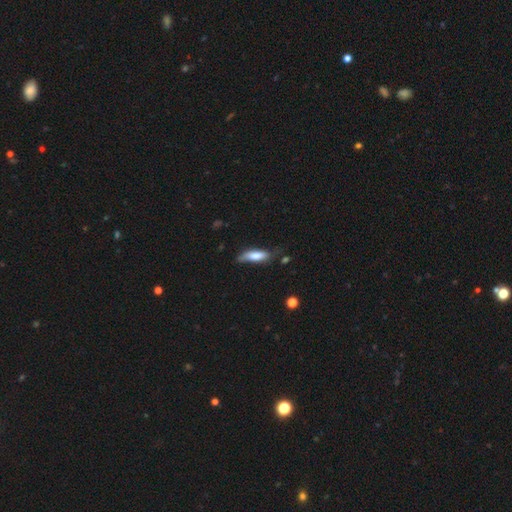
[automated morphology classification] Smooth or featured?
  - smooth: 74% *
  - featured or disk: 20%
  - star or artifact: 6%
How rounded?
  - in between: 50% *
  - cigar-shaped: 48%
  - round: 2%
Merging?
  - none: 53% *
  - minor disturbance: 34%
  - major disturbance: 11%
  - merger: 3%